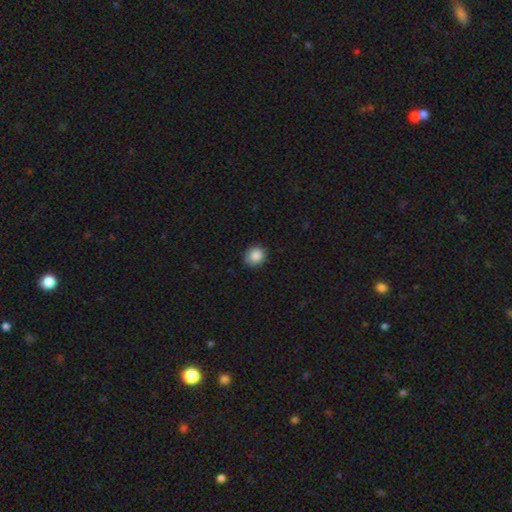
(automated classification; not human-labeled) Q: Smooth or featured?
A: smooth (88%); runner-up: star or artifact (9%)
Q: How rounded?
A: round (70%); runner-up: in between (29%)
Q: Merging?
A: none (87%); runner-up: minor disturbance (10%)